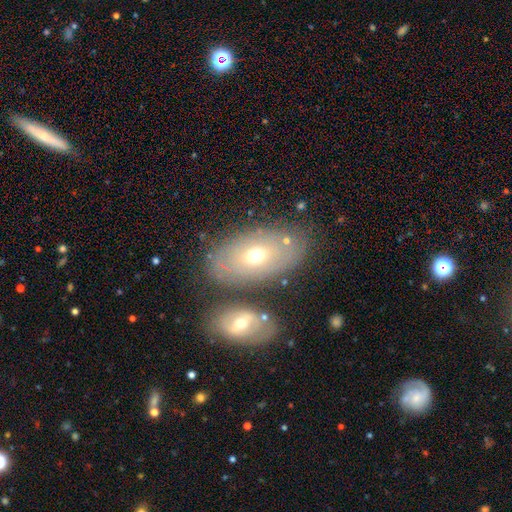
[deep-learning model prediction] A smooth galaxy with no disk features (53%) that is in between round and cigar-shaped (90%).

Vote fractions:
- Smooth or featured? smooth: 53% / featured or disk: 38% / star or artifact: 9%
- How rounded? in between: 90% / round: 9% / cigar-shaped: 2%
- Merging? none: 66% / merger: 15% / minor disturbance: 14% / major disturbance: 5%